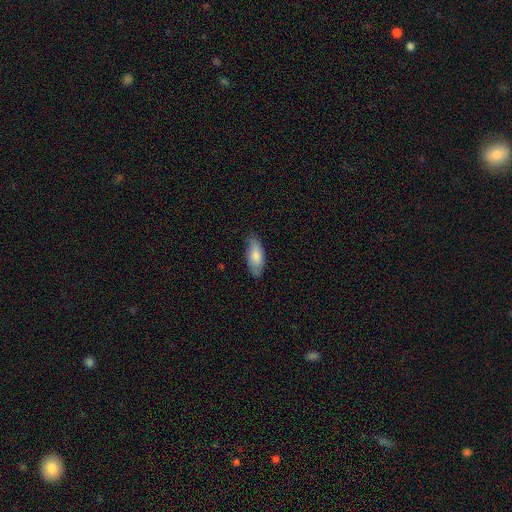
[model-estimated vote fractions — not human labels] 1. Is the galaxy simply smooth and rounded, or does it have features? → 80% smooth, 14% featured or disk, 6% star or artifact.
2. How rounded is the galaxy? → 79% in between, 19% cigar-shaped, 2% round.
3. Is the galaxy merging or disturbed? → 78% none, 18% minor disturbance, 3% major disturbance, 1% merger.